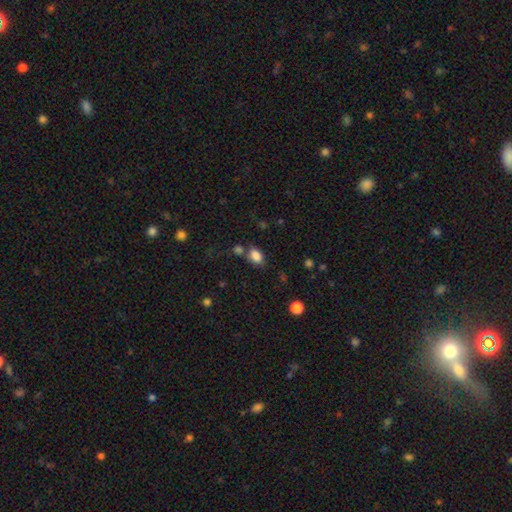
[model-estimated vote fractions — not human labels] smooth 84%, star or artifact 10%, featured or disk 5%. Down the decision tree: how rounded — in between (83%); merging — none (62%).